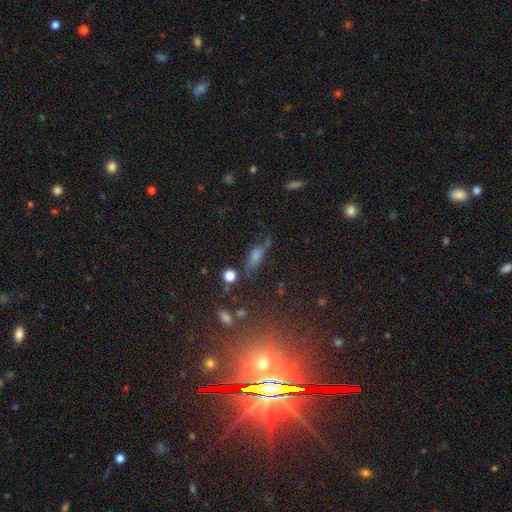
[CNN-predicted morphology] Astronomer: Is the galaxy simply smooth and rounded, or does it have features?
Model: smooth — 48% (runner-up: star or artifact, 26%).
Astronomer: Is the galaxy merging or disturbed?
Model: none — 64%.